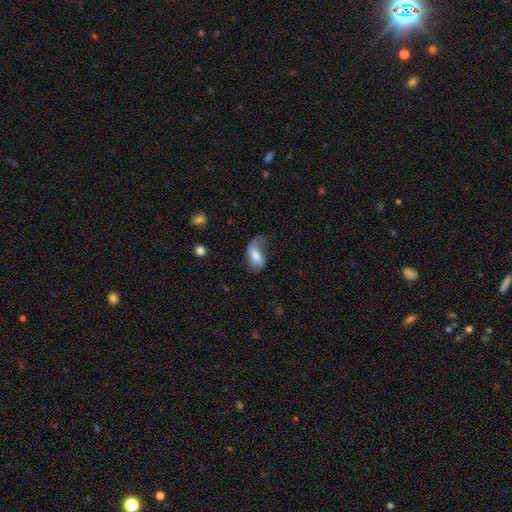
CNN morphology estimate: The model was most divided on "merging": major disturbance: 37%, minor disturbance: 30%, none: 30%, merger: 3%. More confident: how rounded — in between (89%); smooth or featured — smooth (60%).